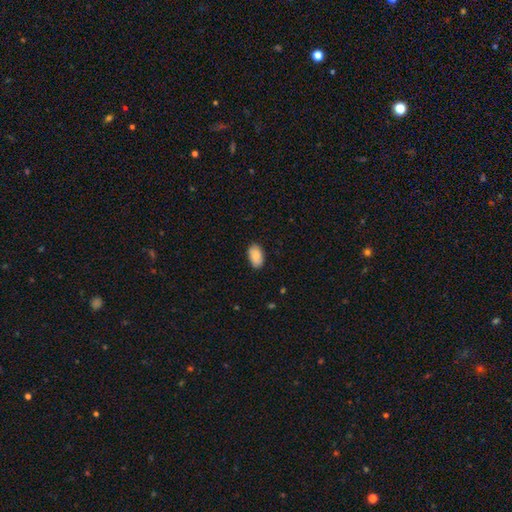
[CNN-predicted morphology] smooth_or_featured: smooth (p=0.85) [alt: featured or disk p=0.09]
how_rounded: in between (p=0.94) [alt: round p=0.05]
merging: none (p=0.85) [alt: minor disturbance p=0.12]